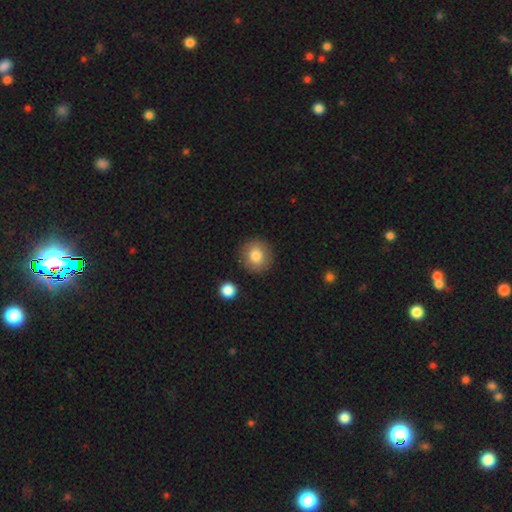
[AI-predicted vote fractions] smooth 81%, featured or disk 10%, star or artifact 9%. Down the decision tree: how rounded — round (92%); merging — none (88%).